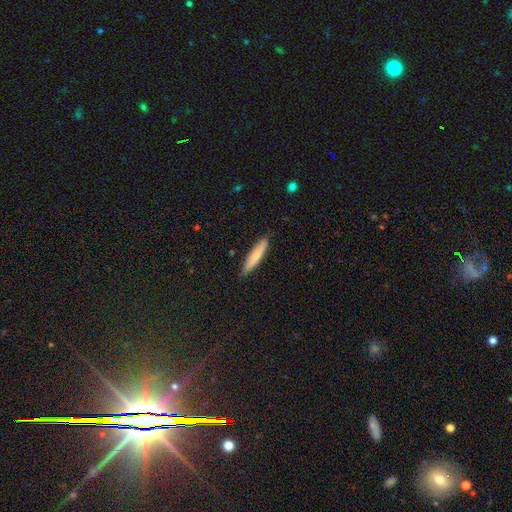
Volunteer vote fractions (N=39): This is clearly a smooth galaxy (90%). How rounded: clearly cigar-shaped (91%). Merging: clearly none (92%).